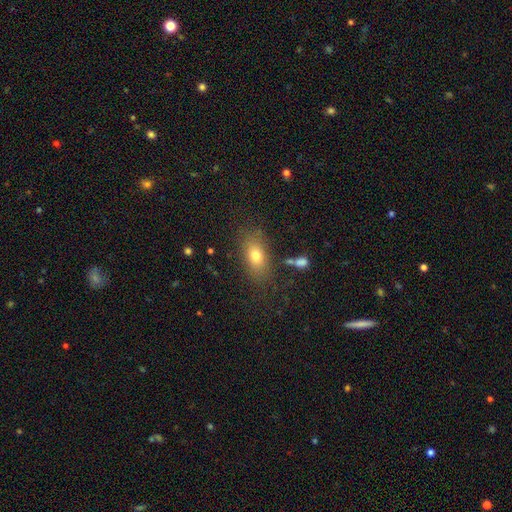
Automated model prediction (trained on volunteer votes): smooth_or_featured: smooth (p=0.74) [alt: featured or disk p=0.14]
how_rounded: in between (p=0.81) [alt: round p=0.12]
merging: none (p=0.80) [alt: minor disturbance p=0.12]